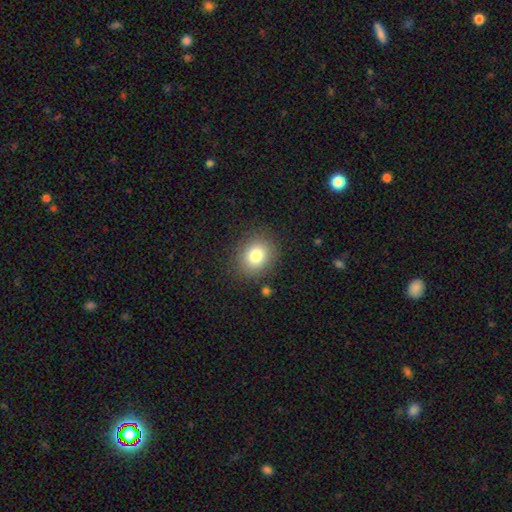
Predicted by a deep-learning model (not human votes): Smooth or featured? Predicted: smooth (p=0.79). How rounded? Predicted: round (p=0.68). Merging? Predicted: none (p=0.86).